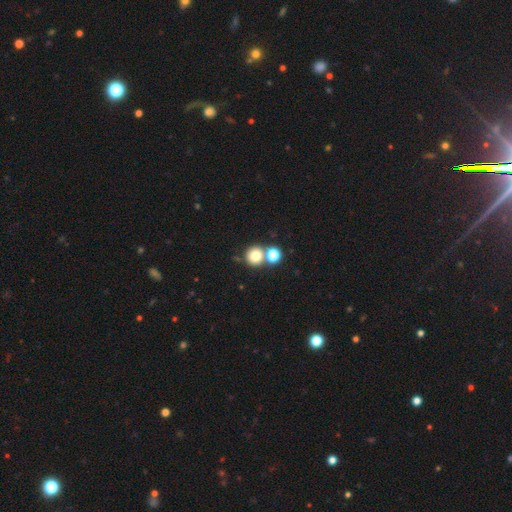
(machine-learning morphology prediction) smooth 77%, star or artifact 13%, featured or disk 9%. Down the decision tree: how rounded — round (90%); merging — none (59%).